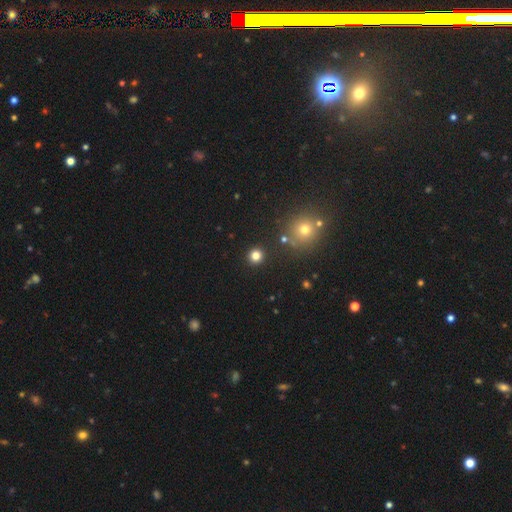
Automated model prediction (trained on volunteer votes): A smooth galaxy with no disk features (80%) that is round (93%). Merging: none (90%).